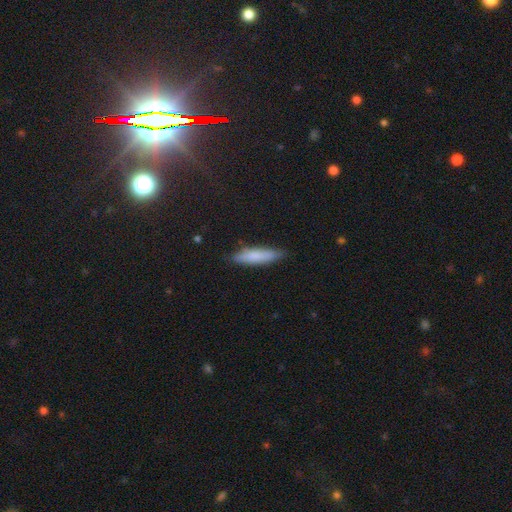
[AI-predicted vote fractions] Smooth or featured? smooth (80%)
How rounded? cigar-shaped (74%)
Merging? none (84%)